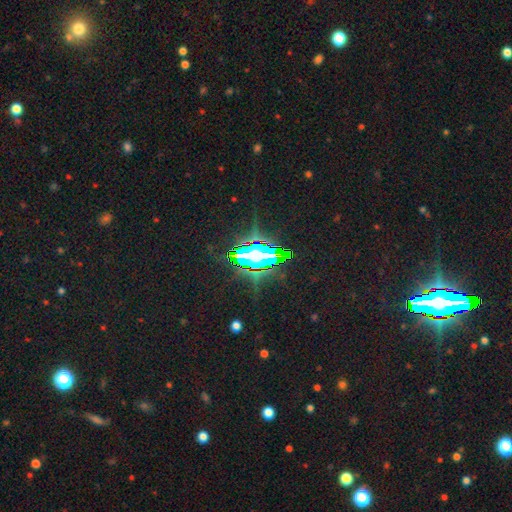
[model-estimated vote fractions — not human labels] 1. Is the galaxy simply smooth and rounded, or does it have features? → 74% star or artifact, 14% smooth, 12% featured or disk.